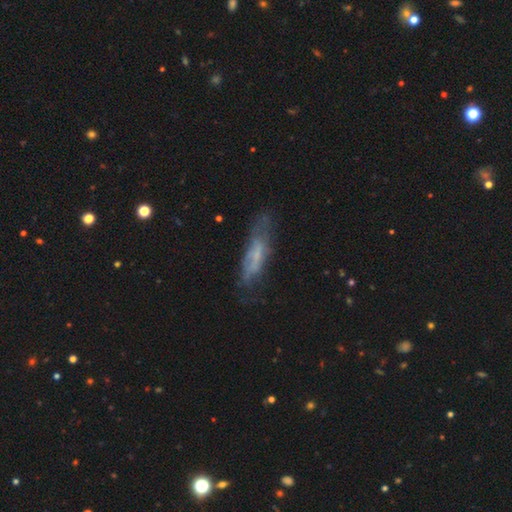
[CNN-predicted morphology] A featured or disk galaxy (49%). Merging: none (54%).